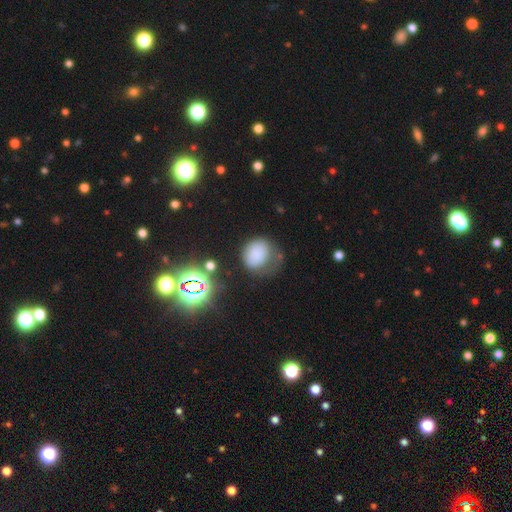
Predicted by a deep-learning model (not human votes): smooth_or_featured: smooth (p=0.73) [alt: star or artifact p=0.14]
how_rounded: round (p=0.68) [alt: in between p=0.31]
merging: none (p=0.41) [alt: minor disturbance p=0.30]